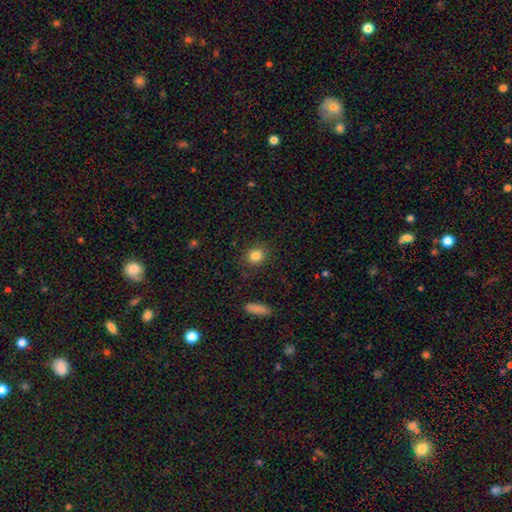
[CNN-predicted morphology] Smooth or featured?
  - smooth: 84% *
  - star or artifact: 10%
  - featured or disk: 6%
How rounded?
  - round: 69% *
  - in between: 29%
  - cigar-shaped: 1%
Merging?
  - none: 86% *
  - minor disturbance: 10%
  - major disturbance: 3%
  - merger: 2%